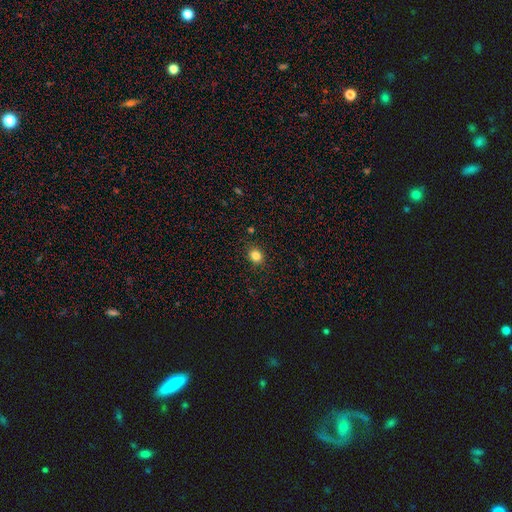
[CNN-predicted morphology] Smooth or featured? smooth (83%)
How rounded? round (69%)
Merging? none (90%)